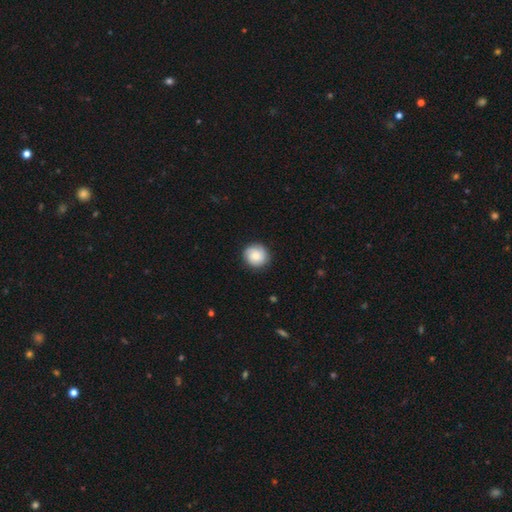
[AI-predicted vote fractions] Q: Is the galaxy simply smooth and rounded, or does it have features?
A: smooth — 82%.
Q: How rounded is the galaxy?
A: round — 90%.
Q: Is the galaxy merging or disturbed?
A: none — 87%.